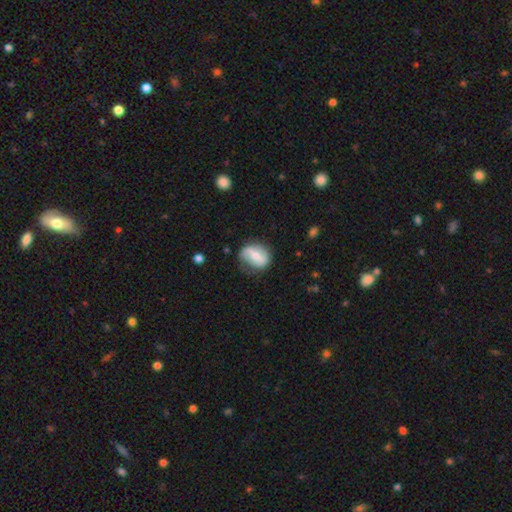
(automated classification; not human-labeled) This is possibly a featured or disk galaxy (57%). It is clearly not viewed edge-on (95%). Bar: marginally strong (45%). Spiral arm pattern: likely yes (67%). Central bulge: possibly moderate (50%). Merging: likely none (66%).